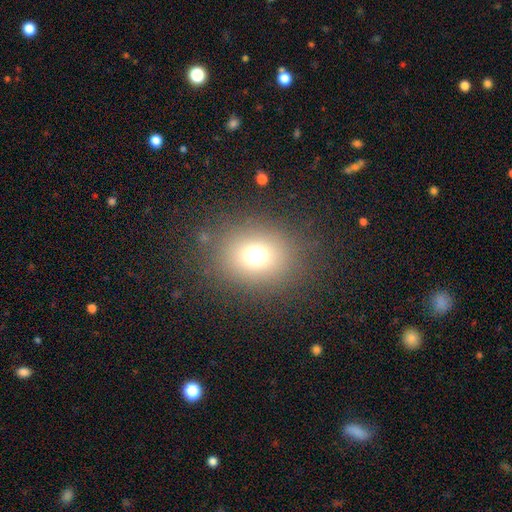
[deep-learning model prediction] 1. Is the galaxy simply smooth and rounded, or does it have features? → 71% smooth, 18% star or artifact, 11% featured or disk.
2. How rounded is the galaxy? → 61% round, 38% in between, 1% cigar-shaped.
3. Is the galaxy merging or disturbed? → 83% none, 10% minor disturbance, 6% major disturbance, 2% merger.